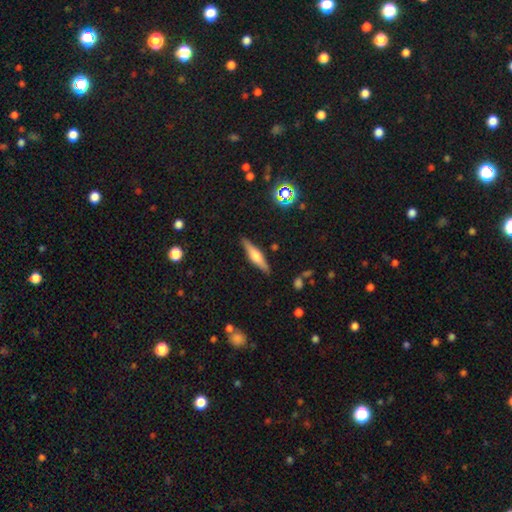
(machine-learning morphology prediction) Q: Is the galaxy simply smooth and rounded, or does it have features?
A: featured or disk — 55%.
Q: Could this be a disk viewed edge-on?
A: yes — 95%.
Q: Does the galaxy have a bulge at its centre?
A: rounded — 82%.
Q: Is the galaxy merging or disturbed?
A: none — 88%.